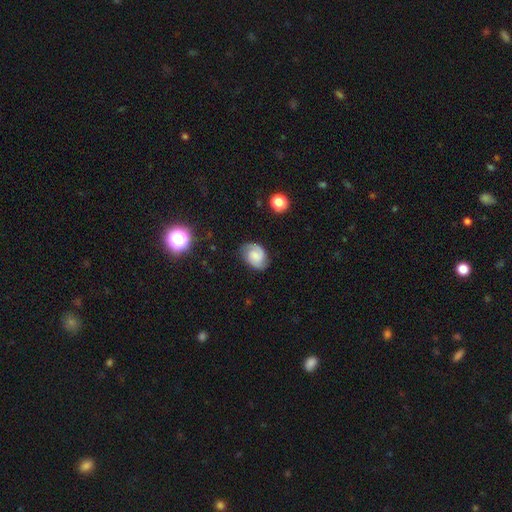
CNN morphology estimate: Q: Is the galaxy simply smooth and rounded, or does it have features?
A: featured or disk — 60%.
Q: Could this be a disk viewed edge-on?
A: no — 97%.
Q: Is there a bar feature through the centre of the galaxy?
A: no — 57%.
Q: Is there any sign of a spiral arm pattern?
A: yes — 93%.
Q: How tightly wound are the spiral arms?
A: medium — 43%.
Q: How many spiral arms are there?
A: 2 — 81%.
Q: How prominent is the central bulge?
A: small — 34%.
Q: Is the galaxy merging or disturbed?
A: none — 76%.